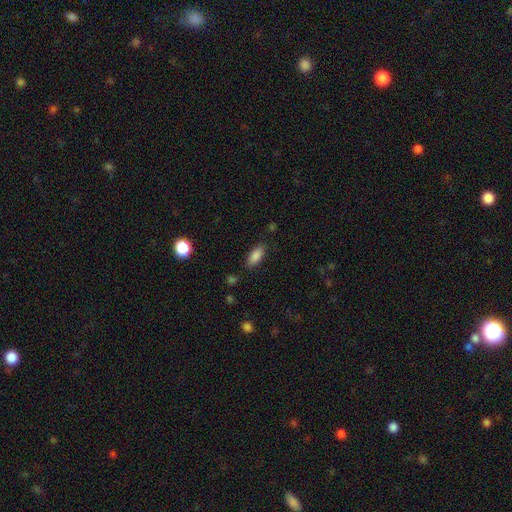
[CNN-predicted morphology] This is clearly a smooth galaxy (86%). How rounded: clearly in between (86%). Merging: clearly none (84%).